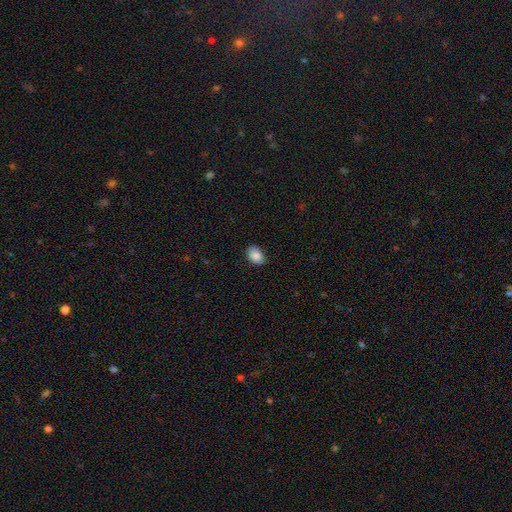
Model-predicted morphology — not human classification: Smooth or featured: smooth — 87% (star or artifact — 8%)
How rounded: in between — 75% (round — 24%)
Merging: none — 83% (minor disturbance — 14%)